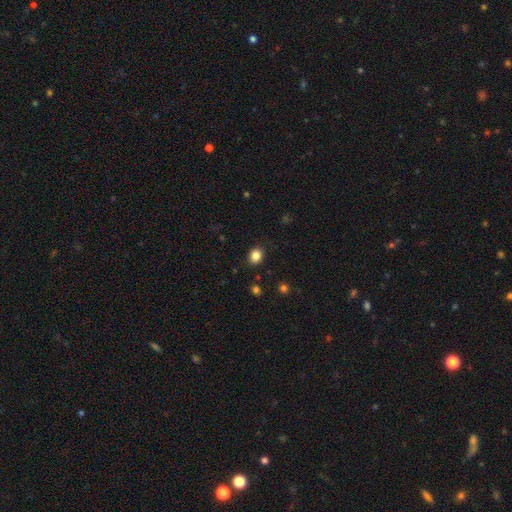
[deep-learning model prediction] Smooth or featured? Predicted: smooth (p=0.84). How rounded? Predicted: round (p=0.52). Merging? Predicted: none (p=0.87).